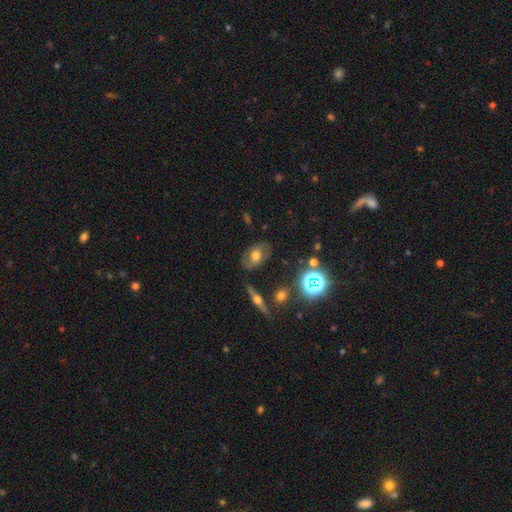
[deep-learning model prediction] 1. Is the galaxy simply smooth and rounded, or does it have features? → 43% featured or disk (tied), 43% smooth (tied), 14% star or artifact.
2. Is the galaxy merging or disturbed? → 74% none, 17% minor disturbance, 6% major disturbance, 3% merger.